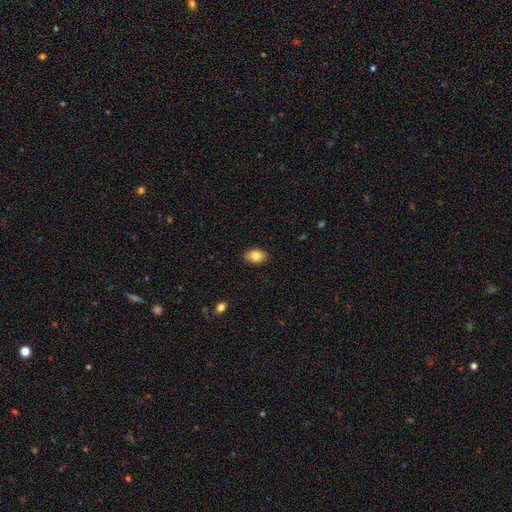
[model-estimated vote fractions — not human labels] The model was most divided on "smooth or featured": smooth: 83%, featured or disk: 10%, star or artifact: 8%. More confident: merging — none (88%); how rounded — in between (86%).